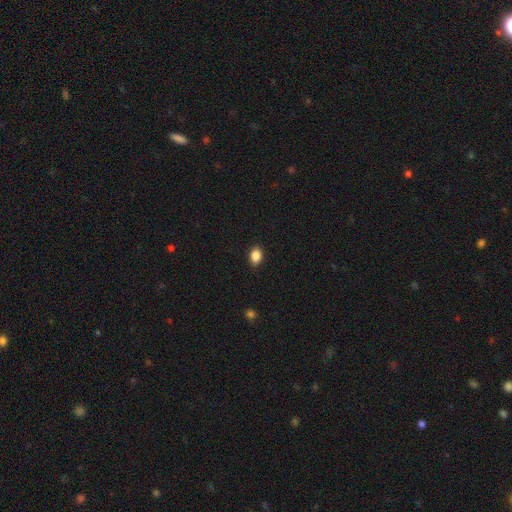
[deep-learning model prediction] A smooth galaxy with no disk features (87%) that is in between round and cigar-shaped (75%).

Vote fractions:
- Smooth or featured? smooth: 87% / star or artifact: 9% / featured or disk: 4%
- How rounded? in between: 75% / round: 24% / cigar-shaped: 1%
- Merging? none: 89% / minor disturbance: 8% / major disturbance: 2% / merger: 1%